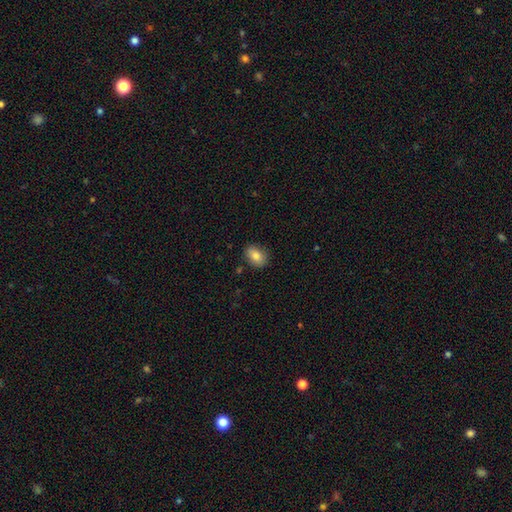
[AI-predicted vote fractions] Smooth or featured?
  - smooth: 83% *
  - featured or disk: 9%
  - star or artifact: 8%
How rounded?
  - in between: 76% *
  - round: 23%
  - cigar-shaped: 1%
Merging?
  - none: 85% *
  - minor disturbance: 11%
  - major disturbance: 2%
  - merger: 2%